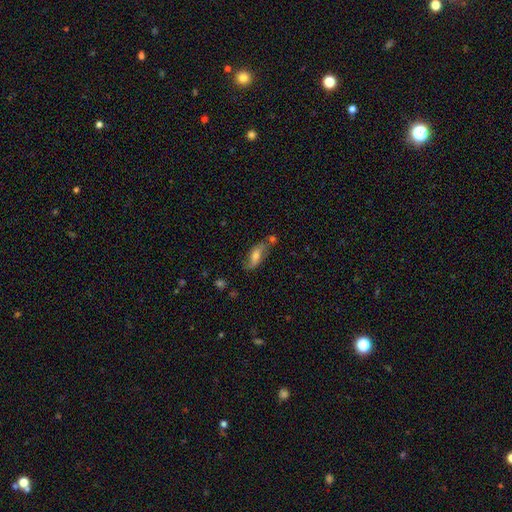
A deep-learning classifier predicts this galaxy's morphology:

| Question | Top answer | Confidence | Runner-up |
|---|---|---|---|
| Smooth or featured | featured or disk | 46% | smooth (45%) |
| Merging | none | 56% | minor disturbance (23%) |